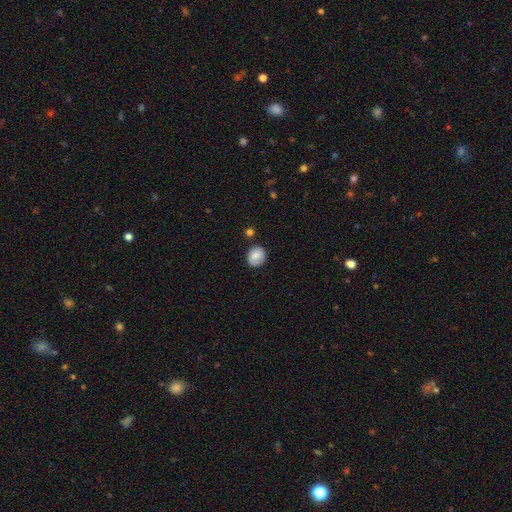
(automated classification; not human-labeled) smooth-or-featured: smooth: 79% | featured or disk: 13% | star or artifact: 8%
  how-rounded: round: 73% | in between: 26% | cigar-shaped: 1%
  merging: none: 78% | minor disturbance: 15% | merger: 4% | major disturbance: 3%